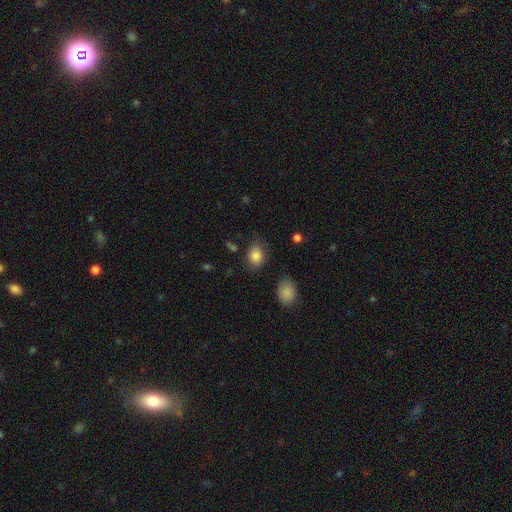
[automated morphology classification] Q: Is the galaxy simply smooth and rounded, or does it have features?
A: smooth — 85%.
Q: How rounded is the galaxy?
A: in between — 69%.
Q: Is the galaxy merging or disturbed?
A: none — 69%.